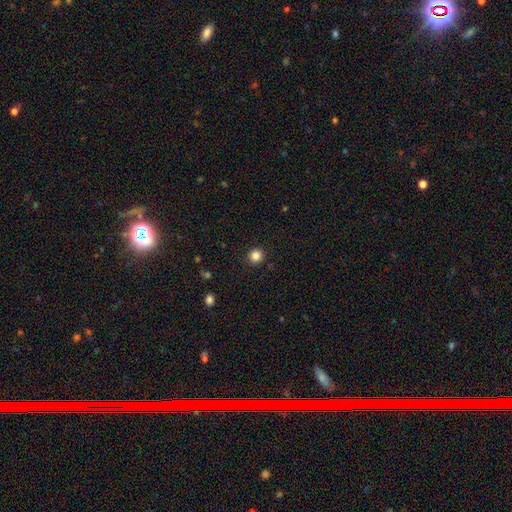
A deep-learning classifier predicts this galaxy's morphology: Smooth or featured? smooth (85%)
How rounded? round (94%)
Merging? none (91%)